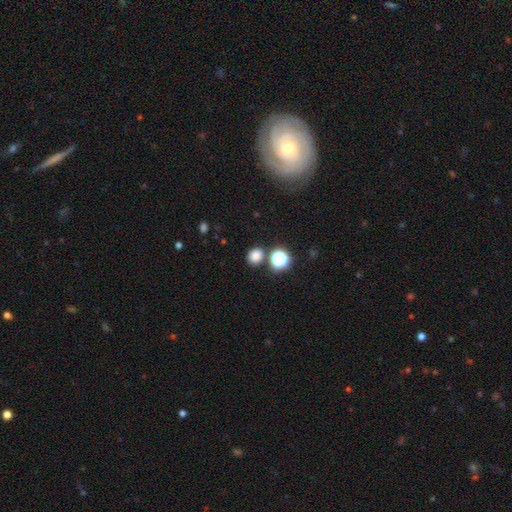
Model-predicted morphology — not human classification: Smooth or featured: smooth — 79% (star or artifact — 16%)
How rounded: round — 75% (in between — 24%)
Merging: none — 80% (merger — 9%)